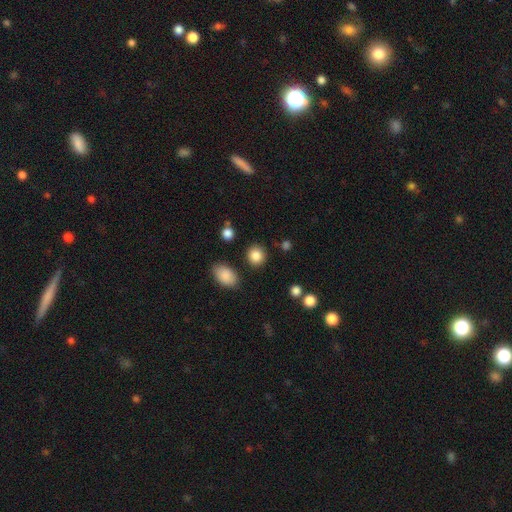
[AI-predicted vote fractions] Smooth or featured?
  - smooth: 87% *
  - star or artifact: 9%
  - featured or disk: 4%
How rounded?
  - round: 83% *
  - in between: 16%
  - cigar-shaped: 1%
Merging?
  - none: 86% *
  - minor disturbance: 7%
  - merger: 3%
  - major disturbance: 3%